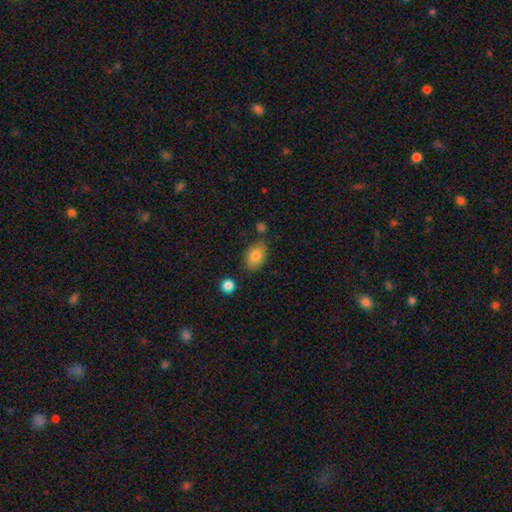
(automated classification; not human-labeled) Smooth or featured: smooth — 83% (featured or disk — 9%)
How rounded: in between — 85% (round — 14%)
Merging: none — 75% (minor disturbance — 16%)